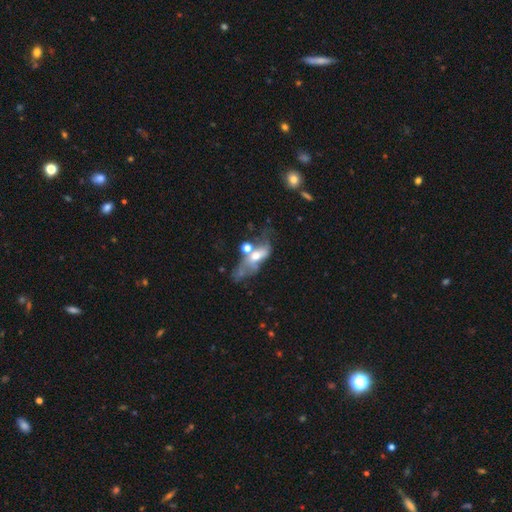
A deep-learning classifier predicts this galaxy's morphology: Q: Smooth or featured?
A: featured or disk (49%); runner-up: smooth (40%)
Q: Merging?
A: merger (33%); runner-up: major disturbance (30%)